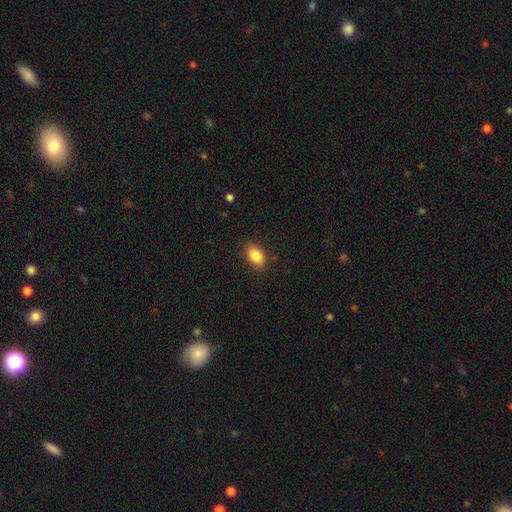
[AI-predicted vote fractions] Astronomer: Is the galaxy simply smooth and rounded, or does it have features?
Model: smooth — 87%.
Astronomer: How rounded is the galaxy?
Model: in between — 87%.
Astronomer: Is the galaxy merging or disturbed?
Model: none — 86%.